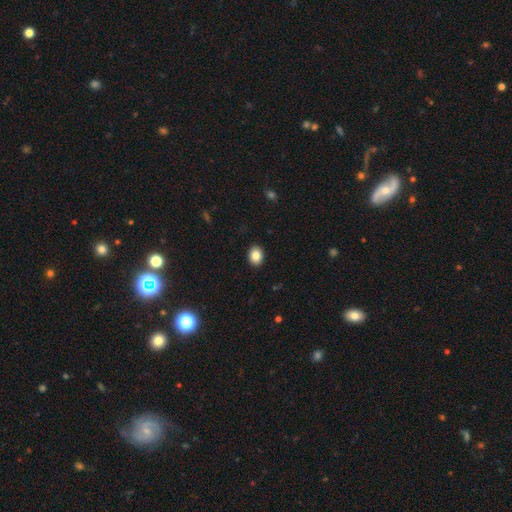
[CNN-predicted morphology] Smooth or featured? smooth (84%)
How rounded? in between (57%)
Merging? none (91%)